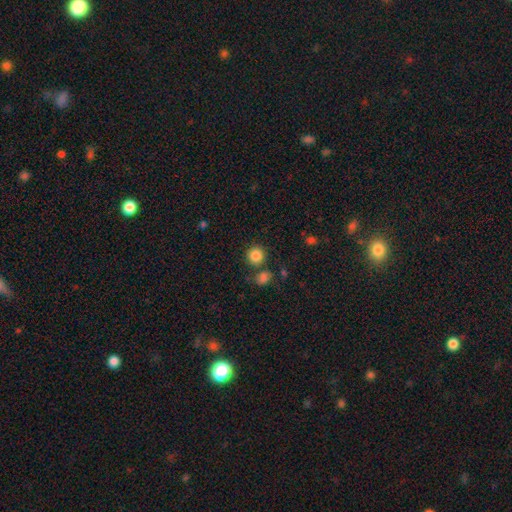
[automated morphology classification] Overall: smooth (85%). How rounded: round (92%). Merging: none (80%).